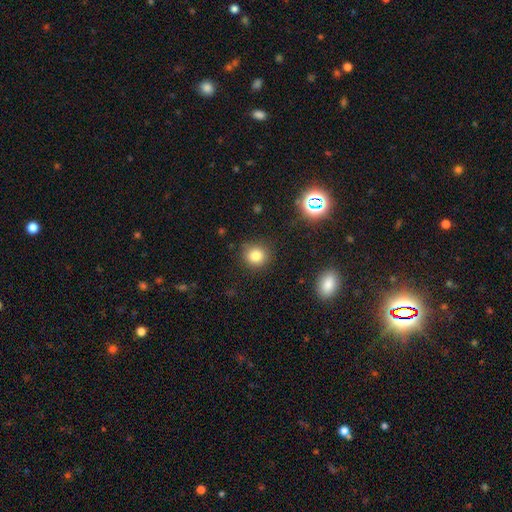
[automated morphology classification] A smooth galaxy with no disk features (81%) that is round (85%).

Vote fractions:
- Smooth or featured? smooth: 81% / star or artifact: 13% / featured or disk: 6%
- How rounded? round: 85% / in between: 14% / cigar-shaped: 1%
- Merging? none: 86% / minor disturbance: 10% / major disturbance: 3% / merger: 2%